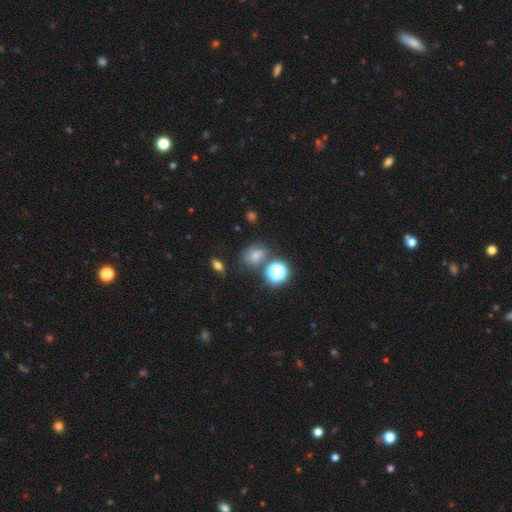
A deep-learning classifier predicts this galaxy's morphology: The model was most divided on "how rounded": round: 55%, in between: 44%, cigar-shaped: 1%. More confident: merging — none (60%); smooth or featured — smooth (60%).